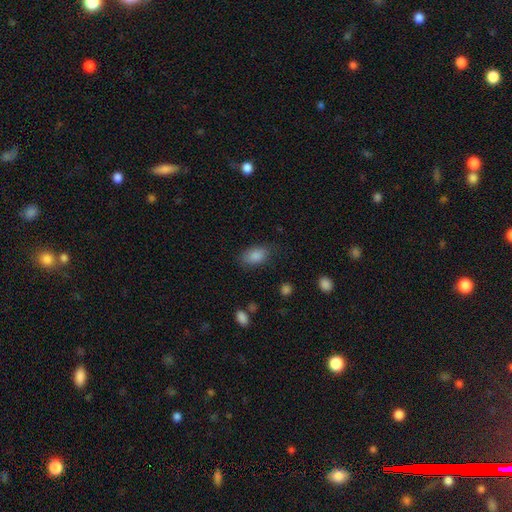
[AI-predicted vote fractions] A smooth galaxy with no disk features (87%) that is in between round and cigar-shaped (89%). Merging: none (77%).